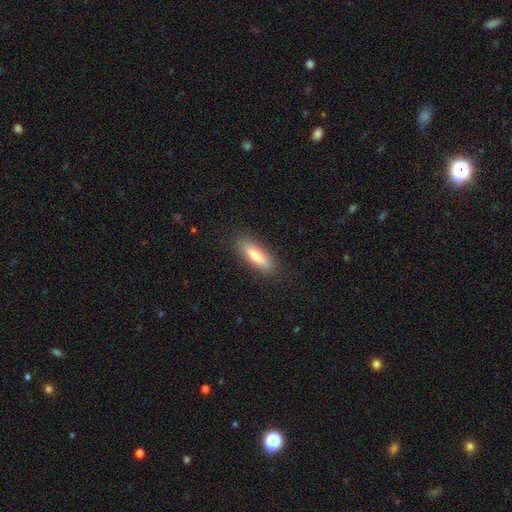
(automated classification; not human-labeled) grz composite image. It shows a smooth galaxy with no disk features (75%) that is cigar-shaped (60%). Merging: none (87%).